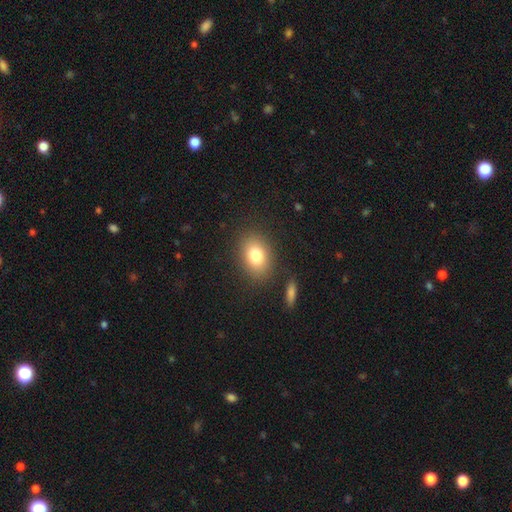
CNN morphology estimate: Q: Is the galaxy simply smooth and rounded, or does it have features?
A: smooth — 80%.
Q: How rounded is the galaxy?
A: in between — 71%.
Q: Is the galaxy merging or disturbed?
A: none — 84%.